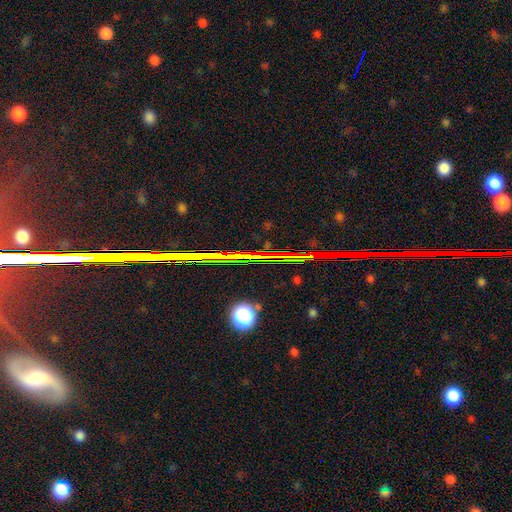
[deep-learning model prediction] This is likely a star or artifact rather than a galaxy (78%).